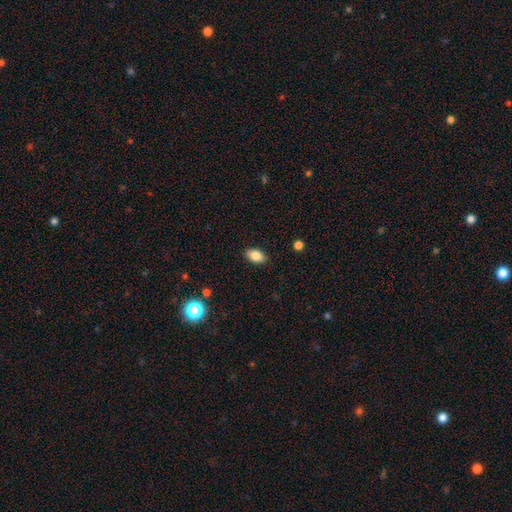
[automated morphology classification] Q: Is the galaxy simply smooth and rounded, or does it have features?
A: smooth — 85%.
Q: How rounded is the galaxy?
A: in between — 90%.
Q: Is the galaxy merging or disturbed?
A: none — 88%.